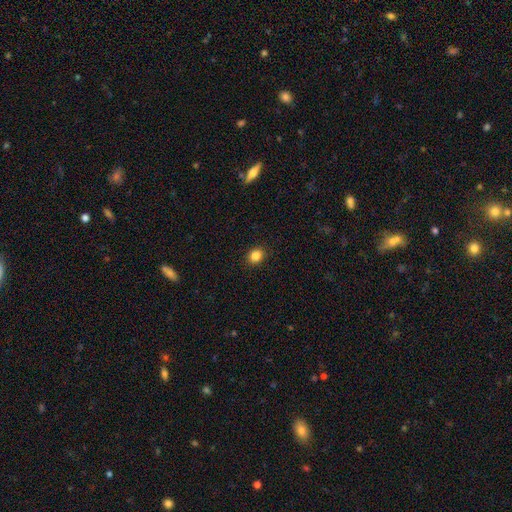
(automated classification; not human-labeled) smooth_or_featured: smooth (p=0.85) [alt: star or artifact p=0.11]
how_rounded: round (p=0.76) [alt: in between p=0.23]
merging: none (p=0.91) [alt: minor disturbance p=0.06]